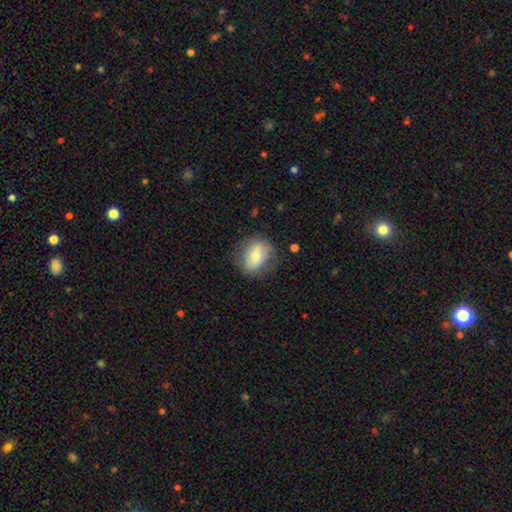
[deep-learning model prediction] A smooth galaxy with no disk features (65%) that is round (54%).

Vote fractions:
- Smooth or featured? smooth: 65% / featured or disk: 28% / star or artifact: 7%
- How rounded? round: 54% / in between: 44% / cigar-shaped: 1%
- Merging? none: 76% / minor disturbance: 16% / major disturbance: 6% / merger: 1%